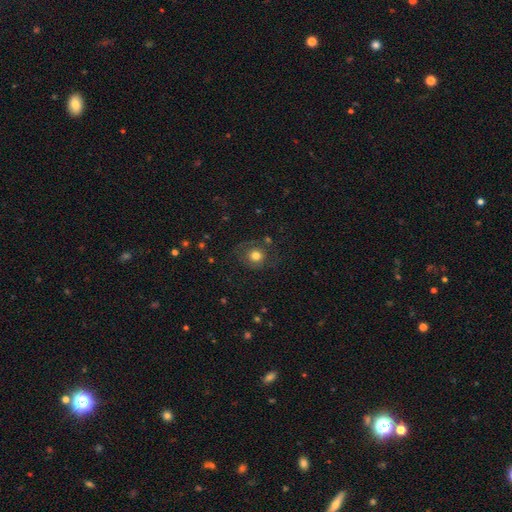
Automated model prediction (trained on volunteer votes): Smooth or featured? Predicted: smooth (p=0.67). How rounded? Predicted: round (p=0.83). Merging? Predicted: none (p=0.70).